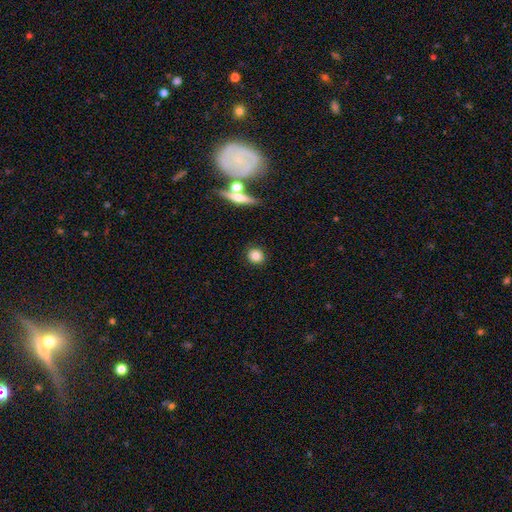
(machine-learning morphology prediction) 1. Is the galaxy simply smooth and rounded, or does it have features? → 81% smooth, 10% star or artifact, 9% featured or disk.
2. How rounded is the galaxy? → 89% round, 10% in between, 2% cigar-shaped.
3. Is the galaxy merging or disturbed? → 90% none, 6% minor disturbance, 3% merger, 2% major disturbance.